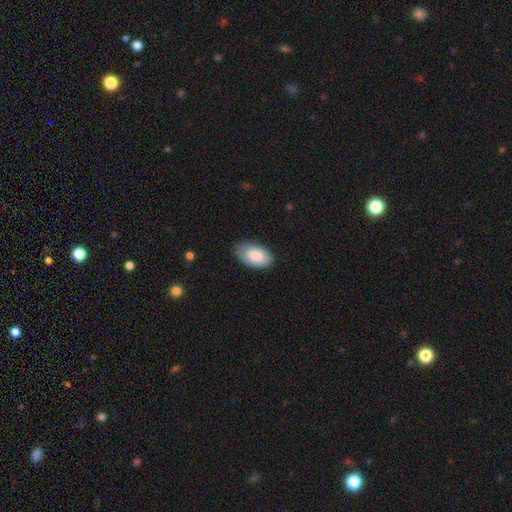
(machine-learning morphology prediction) Smooth or featured: smooth — 86% (featured or disk — 9%)
How rounded: in between — 95% (round — 3%)
Merging: none — 78% (minor disturbance — 18%)